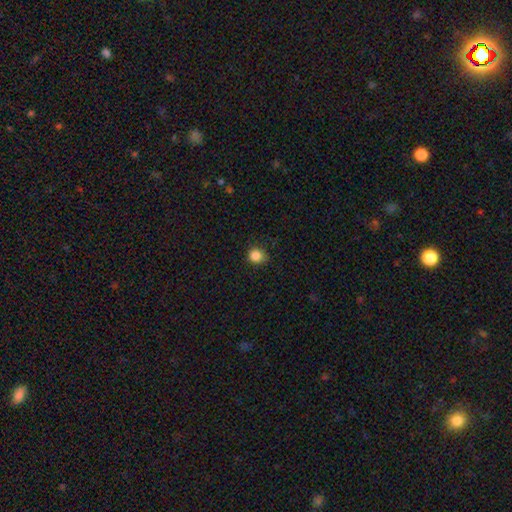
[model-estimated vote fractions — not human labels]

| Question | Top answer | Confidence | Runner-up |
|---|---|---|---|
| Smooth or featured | smooth | 85% | star or artifact (11%) |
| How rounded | round | 83% | in between (16%) |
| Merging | none | 80% | minor disturbance (16%) |